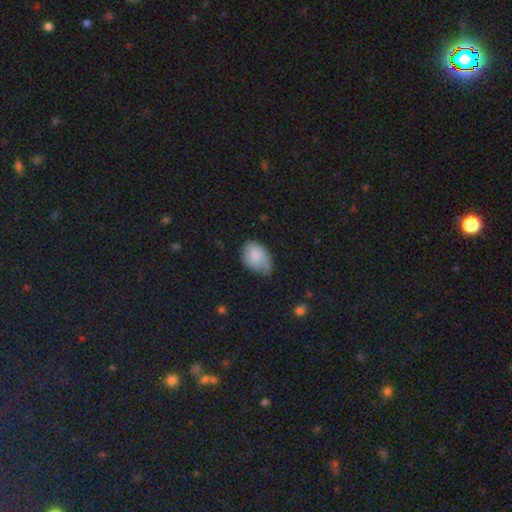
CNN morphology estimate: smooth 76%, featured or disk 17%, star or artifact 7%. Down the decision tree: how rounded — in between (85%); merging — minor disturbance (43%).